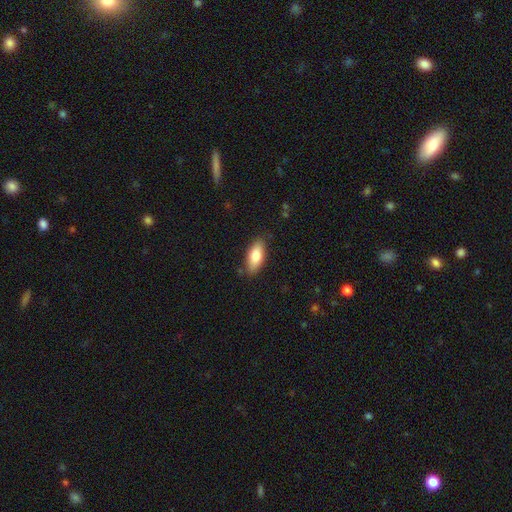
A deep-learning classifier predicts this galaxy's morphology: Q: Smooth or featured?
A: smooth (79%); runner-up: featured or disk (15%)
Q: How rounded?
A: in between (83%); runner-up: cigar-shaped (15%)
Q: Merging?
A: none (83%); runner-up: minor disturbance (13%)